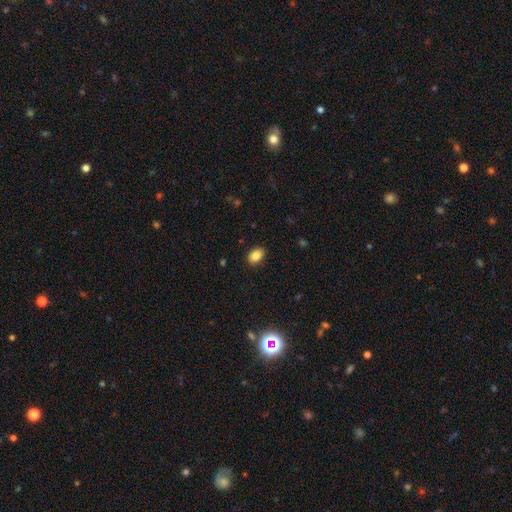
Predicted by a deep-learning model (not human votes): This is clearly a smooth galaxy (86%). How rounded: clearly in between (82%). Merging: clearly none (87%).